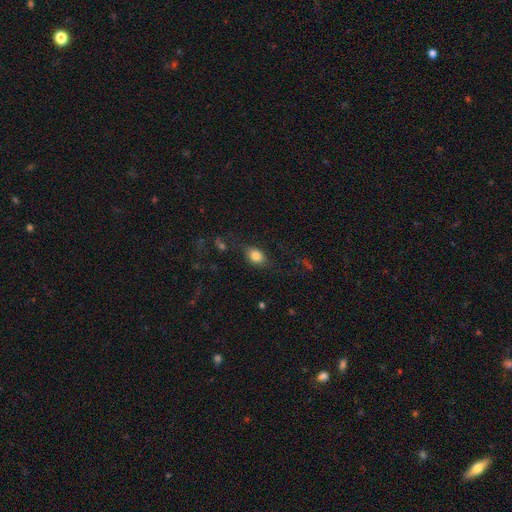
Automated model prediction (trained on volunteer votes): smooth_or_featured: smooth (p=0.82) [alt: featured or disk p=0.10]
how_rounded: in between (p=0.73) [alt: round p=0.25]
merging: none (p=0.75) [alt: minor disturbance p=0.16]